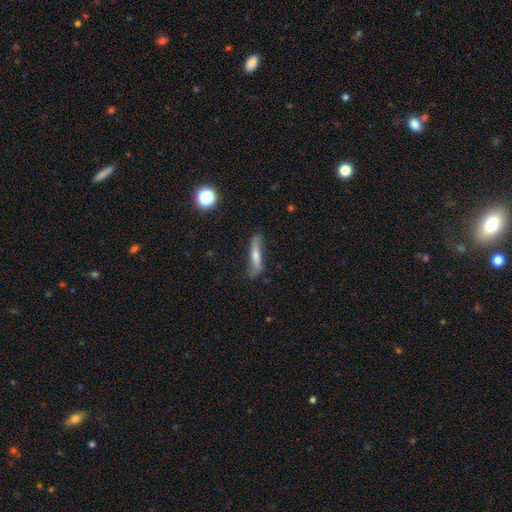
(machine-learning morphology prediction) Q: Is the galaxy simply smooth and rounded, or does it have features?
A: smooth — 51%.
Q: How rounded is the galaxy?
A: cigar-shaped — 84%.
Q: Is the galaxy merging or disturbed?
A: none — 76%.